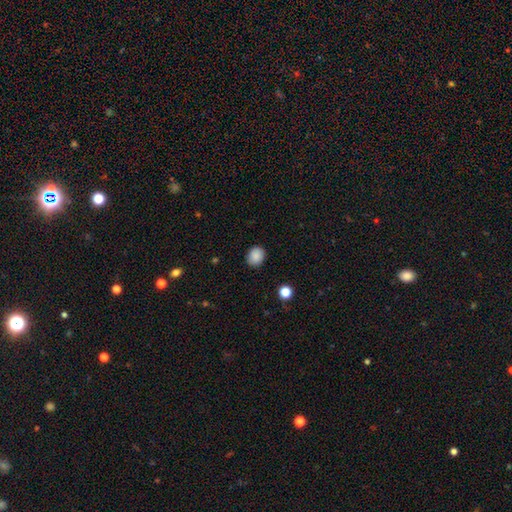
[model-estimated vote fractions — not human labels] Morphology: type=smooth (88%); roundness=round (63%); merging=none (88%).